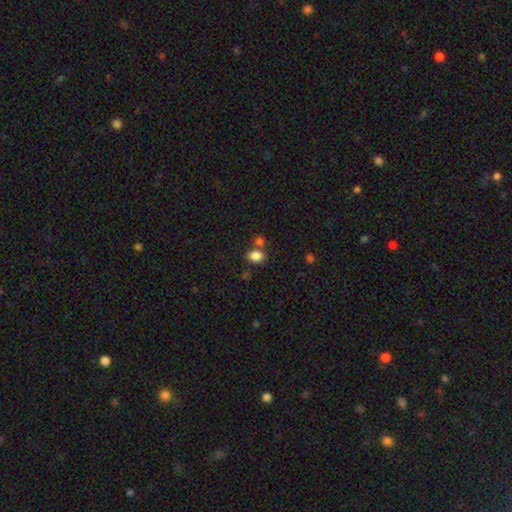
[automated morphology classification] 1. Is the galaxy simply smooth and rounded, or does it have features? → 85% smooth, 11% star or artifact, 5% featured or disk.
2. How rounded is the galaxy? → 65% in between, 34% round, 1% cigar-shaped.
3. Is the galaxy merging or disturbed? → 62% none, 23% merger, 11% minor disturbance, 4% major disturbance.